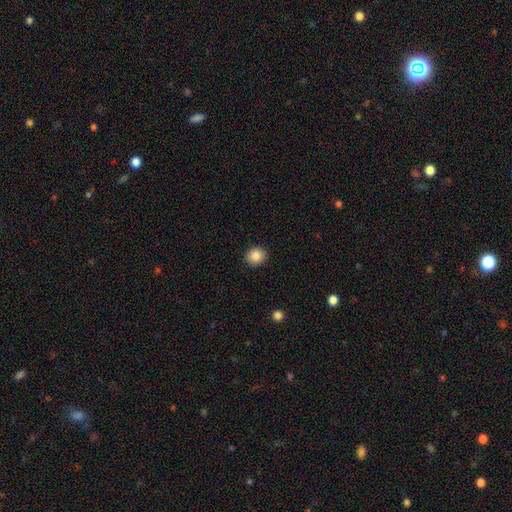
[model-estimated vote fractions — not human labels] The model was most divided on "how rounded": round: 82%, in between: 17%, cigar-shaped: 1%. More confident: merging — none (92%); smooth or featured — smooth (86%).